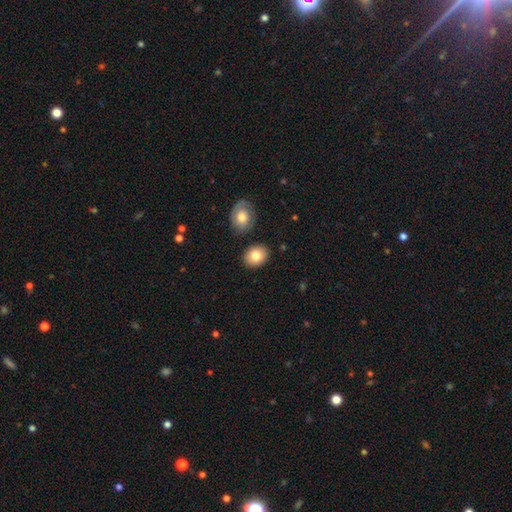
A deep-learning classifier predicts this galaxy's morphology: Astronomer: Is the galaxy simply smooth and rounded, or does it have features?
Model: smooth — 82%.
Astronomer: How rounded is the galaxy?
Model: in between — 55% (runner-up: round, 44%).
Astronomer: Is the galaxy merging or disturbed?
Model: none — 84%.